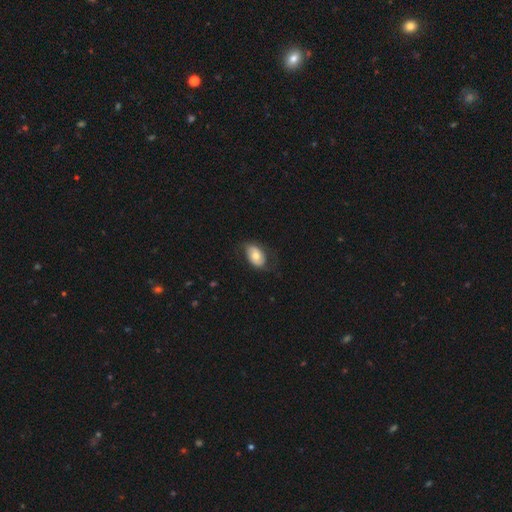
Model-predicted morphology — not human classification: smooth_or_featured: smooth (p=0.61) [alt: featured or disk p=0.32]
how_rounded: in between (p=0.89) [alt: round p=0.10]
merging: none (p=0.65) [alt: minor disturbance p=0.23]